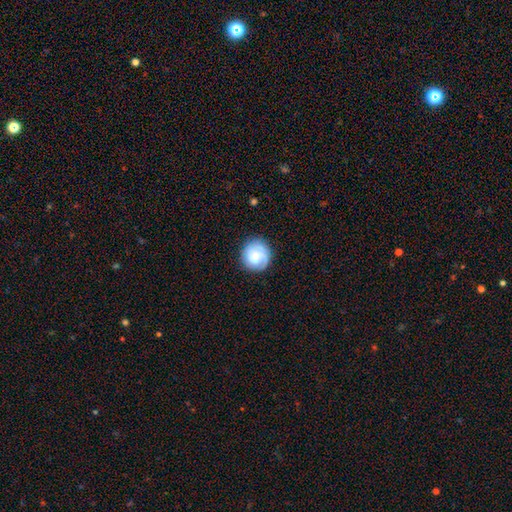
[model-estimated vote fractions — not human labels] Smooth or featured? Predicted: smooth (p=0.54). How rounded? Predicted: round (p=0.88). Merging? Predicted: none (p=0.78).